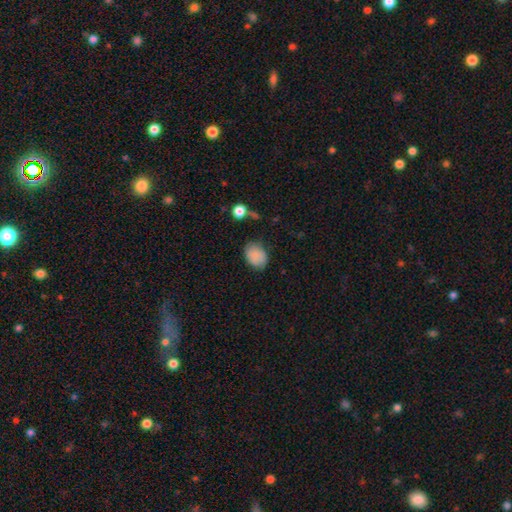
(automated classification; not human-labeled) smooth_or_featured: smooth (p=0.86) [alt: star or artifact p=0.08]
how_rounded: in between (p=0.68) [alt: round p=0.31]
merging: none (p=0.74) [alt: minor disturbance p=0.20]